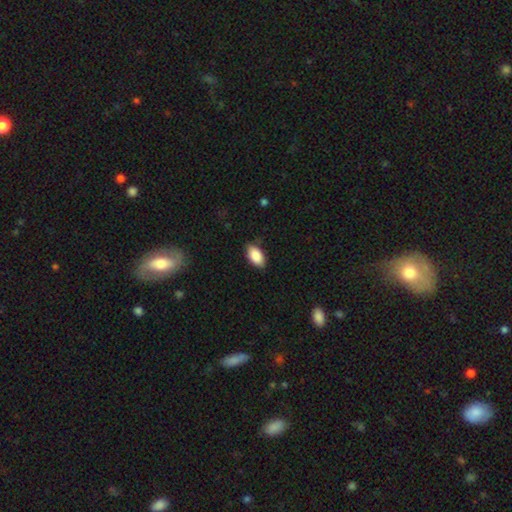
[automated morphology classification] Smooth or featured?
  - smooth: 89% *
  - star or artifact: 6%
  - featured or disk: 5%
How rounded?
  - in between: 94% *
  - round: 3%
  - cigar-shaped: 2%
Merging?
  - none: 83% *
  - minor disturbance: 14%
  - major disturbance: 3%
  - merger: 1%